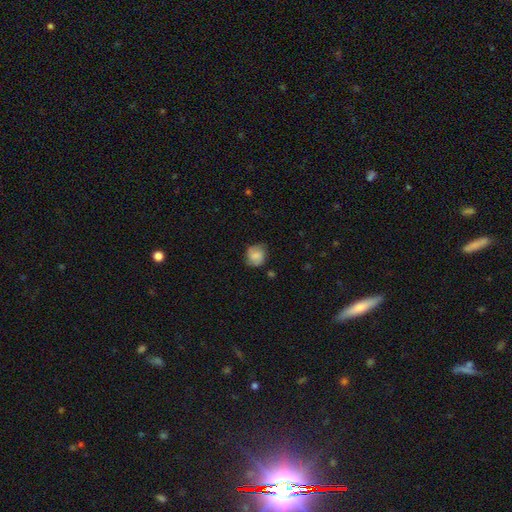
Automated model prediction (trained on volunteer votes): This is likely a smooth galaxy (72%). How rounded: likely round (77%). Merging: likely none (69%).